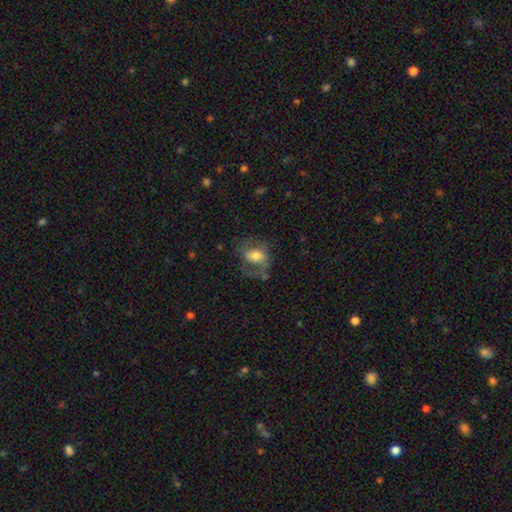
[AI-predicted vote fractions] Smooth or featured?
  - featured or disk: 46% * (tied)
  - smooth: 46% * (tied)
  - star or artifact: 9%
Merging?
  - none: 46% *
  - major disturbance: 27%
  - minor disturbance: 23%
  - merger: 4%